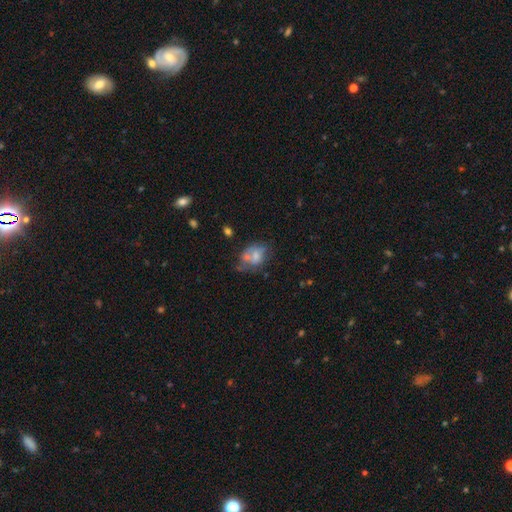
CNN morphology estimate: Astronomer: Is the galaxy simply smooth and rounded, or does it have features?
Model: smooth — 55% (runner-up: featured or disk, 35%).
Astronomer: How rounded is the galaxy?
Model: in between — 65%.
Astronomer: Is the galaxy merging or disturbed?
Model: none — 28% (runner-up: merger, 27%).